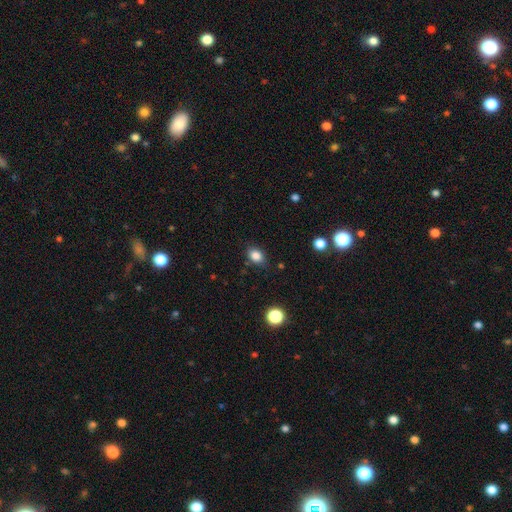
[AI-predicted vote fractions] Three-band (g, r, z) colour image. It shows a smooth galaxy with no disk features (84%) that is in between round and cigar-shaped (66%). Merging: none (82%).